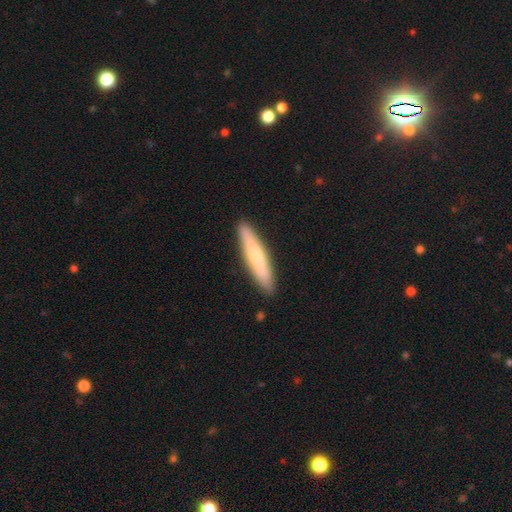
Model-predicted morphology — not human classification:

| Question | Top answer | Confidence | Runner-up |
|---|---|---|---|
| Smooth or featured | smooth | 66% | featured or disk (28%) |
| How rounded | cigar-shaped | 88% | in between (11%) |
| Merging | none | 90% | minor disturbance (7%) |